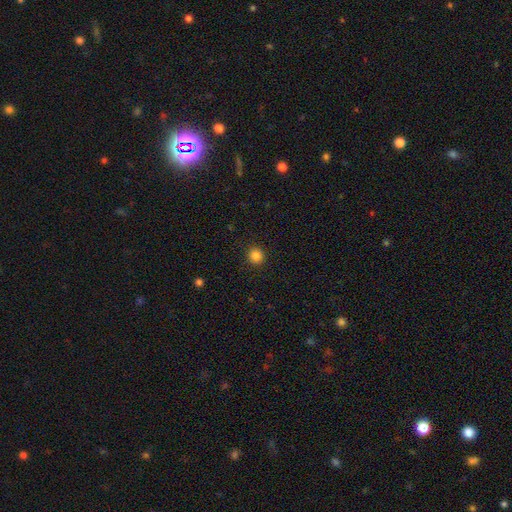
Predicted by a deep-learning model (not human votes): Smooth or featured?
  - smooth: 85% *
  - star or artifact: 11%
  - featured or disk: 3%
How rounded?
  - round: 92% *
  - in between: 7%
  - cigar-shaped: 1%
Merging?
  - none: 92% *
  - minor disturbance: 5%
  - major disturbance: 2%
  - merger: 1%